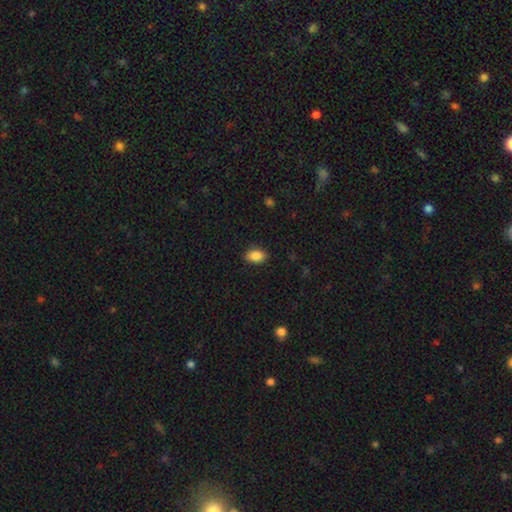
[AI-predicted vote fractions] A smooth galaxy with no disk features (87%) that is in between round and cigar-shaped (89%). Merging: none (87%).